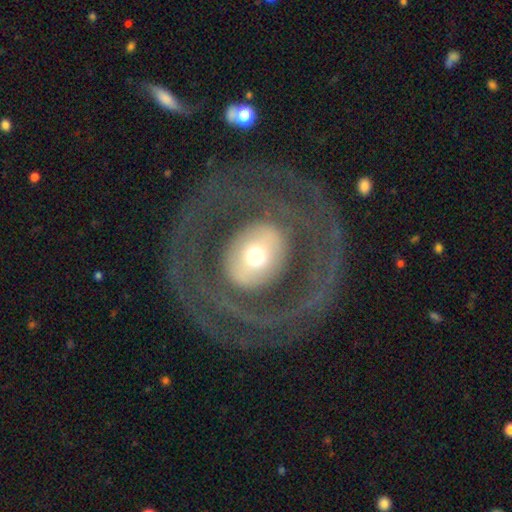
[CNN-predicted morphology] Smooth or featured: featured or disk — 71% (smooth — 21%)
Edge-on disk: no — 95% (yes — 5%)
Bar: no — 63% (weak — 20%)
Spiral arms: yes — 63% (no — 37%)
Bulge size: moderate — 55% (small — 22%)
Merging: none — 72% (major disturbance — 15%)